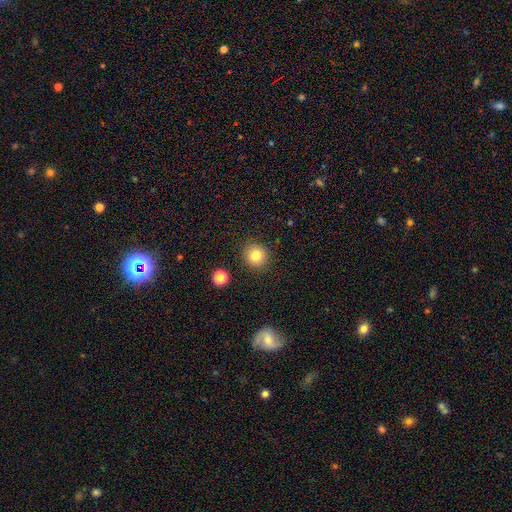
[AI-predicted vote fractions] Q: Smooth or featured?
A: smooth (83%); runner-up: star or artifact (11%)
Q: How rounded?
A: round (91%); runner-up: in between (8%)
Q: Merging?
A: none (89%); runner-up: minor disturbance (6%)